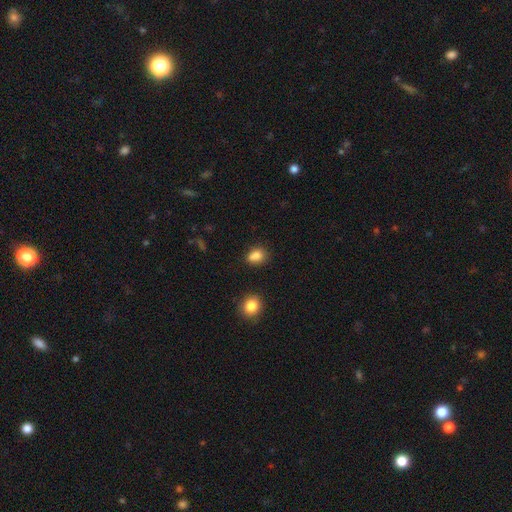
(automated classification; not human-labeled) This is clearly a smooth galaxy (84%). How rounded: likely in between (61%). Merging: likely none (69%).